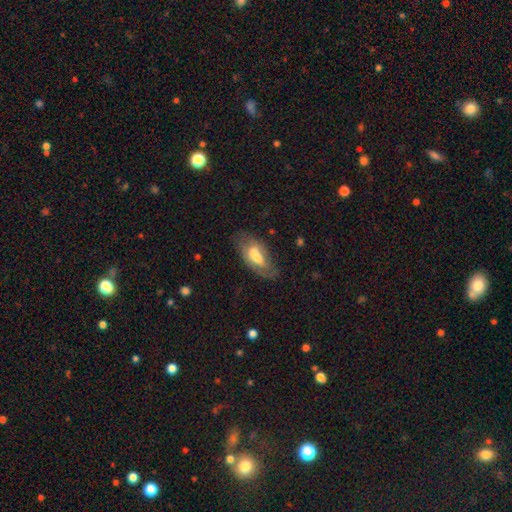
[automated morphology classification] smooth-or-featured: smooth: 50% | featured or disk: 43% | star or artifact: 7%
  how-rounded: in between: 85% | cigar-shaped: 12% | round: 3%
  merging: none: 53% | minor disturbance: 27% | major disturbance: 14% | merger: 7%